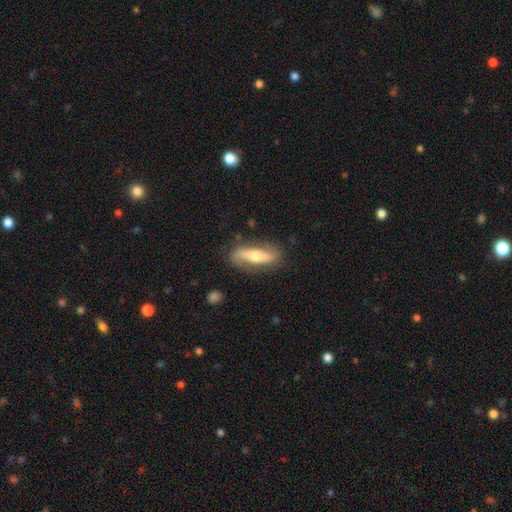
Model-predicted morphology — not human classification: Smooth or featured: featured or disk — 63% (smooth — 30%)
Edge-on disk: no — 55% (yes — 45%)
Merging: none — 80% (minor disturbance — 14%)